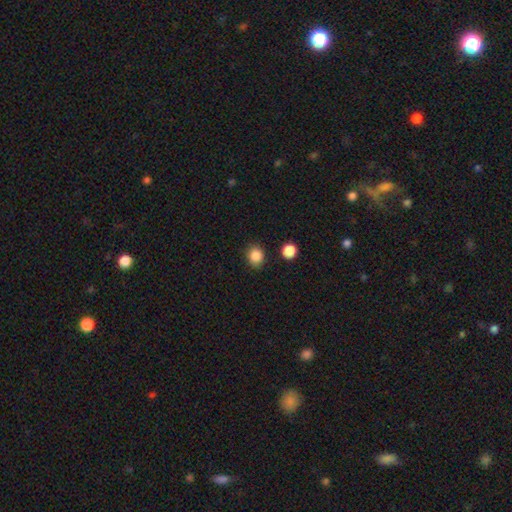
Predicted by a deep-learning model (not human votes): This is clearly a smooth galaxy (86%). How rounded: likely round (77%). Merging: clearly none (86%).